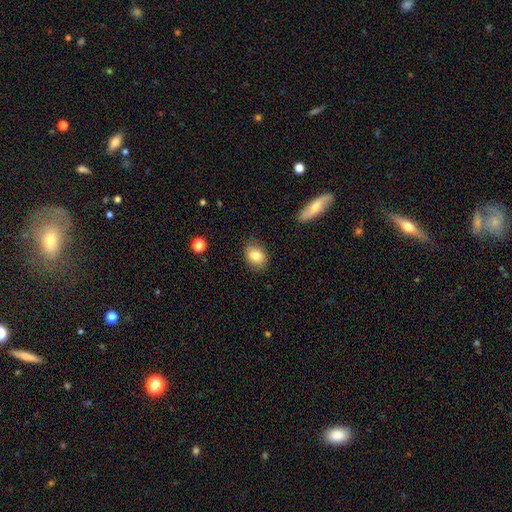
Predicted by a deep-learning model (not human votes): Overall: smooth (82%). How rounded: in between (65%; round 34%). Merging: none (85%).